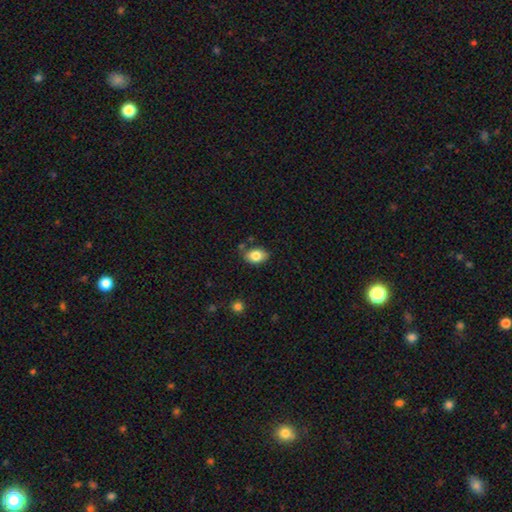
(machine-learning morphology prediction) This appears to be a smooth galaxy with no disk features (83%) that is in between round and cigar-shaped (85%). Merging: none (78%).